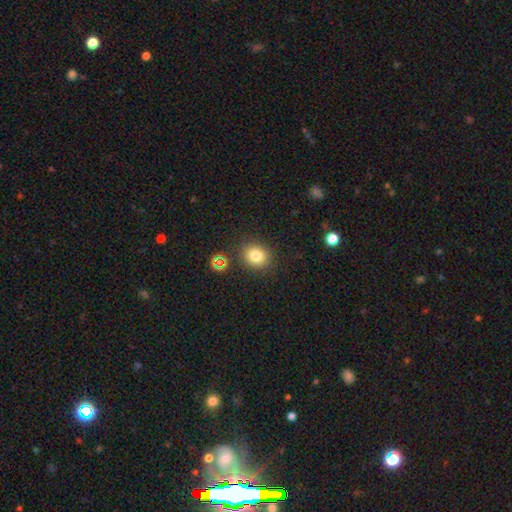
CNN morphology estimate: A smooth galaxy with no disk features (78%) that is round (75%). Merging: none (85%).